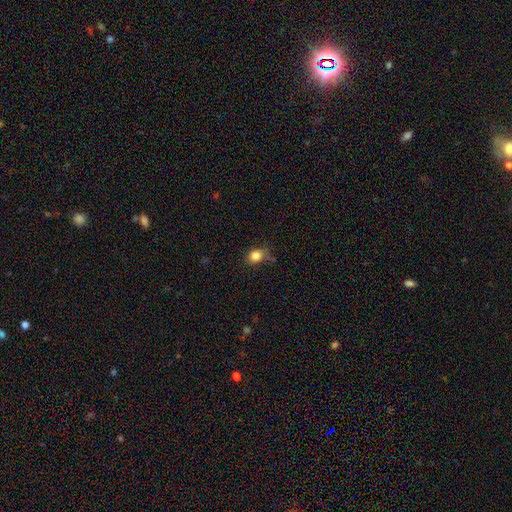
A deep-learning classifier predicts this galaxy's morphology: Smooth or featured?
  - smooth: 83% *
  - star or artifact: 11%
  - featured or disk: 6%
How rounded?
  - round: 59% *
  - in between: 39%
  - cigar-shaped: 1%
Merging?
  - none: 71% *
  - minor disturbance: 21%
  - major disturbance: 5%
  - merger: 3%